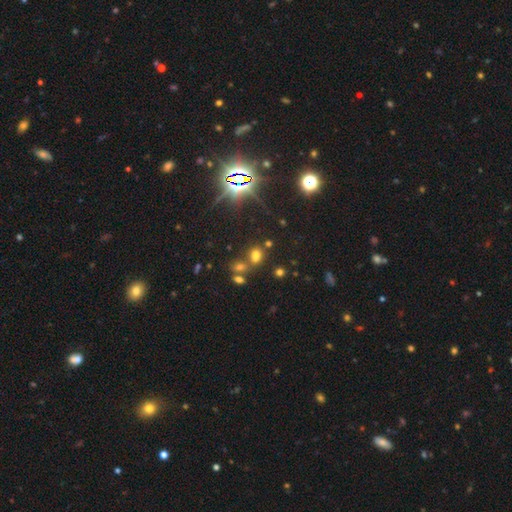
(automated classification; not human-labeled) A smooth galaxy with no disk features (59%) that is in between round and cigar-shaped (70%). Merging: none (56%).